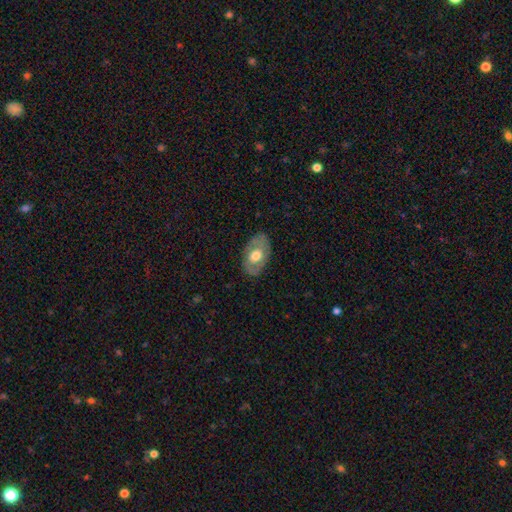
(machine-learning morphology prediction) Overall: featured or disk (48%; smooth 47%). Merging: none (79%).